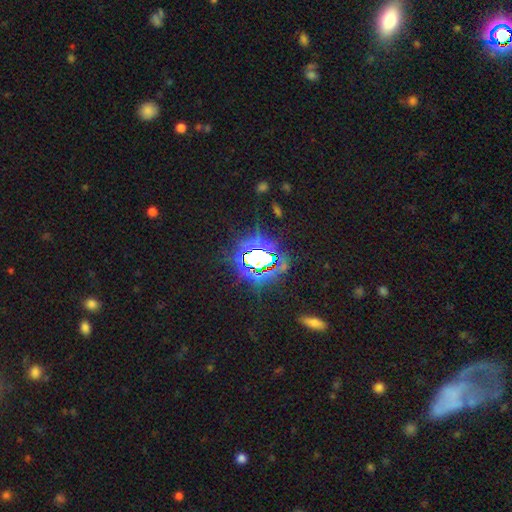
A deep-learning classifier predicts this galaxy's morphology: Overall: star or artifact (78%).